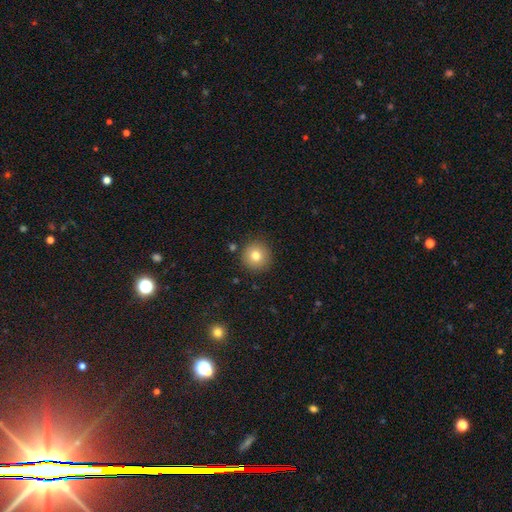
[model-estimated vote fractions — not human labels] smooth_or_featured: smooth (p=0.78) [alt: star or artifact p=0.11]
how_rounded: round (p=0.95) [alt: in between p=0.04]
merging: none (p=0.89) [alt: minor disturbance p=0.07]